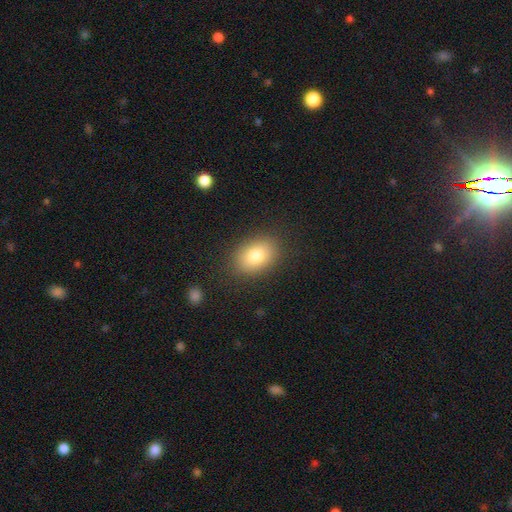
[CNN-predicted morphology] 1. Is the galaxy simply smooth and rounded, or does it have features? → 80% smooth, 11% featured or disk, 9% star or artifact.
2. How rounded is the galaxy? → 78% in between, 21% round, 1% cigar-shaped.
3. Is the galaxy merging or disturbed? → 86% none, 9% minor disturbance, 3% major disturbance, 1% merger.